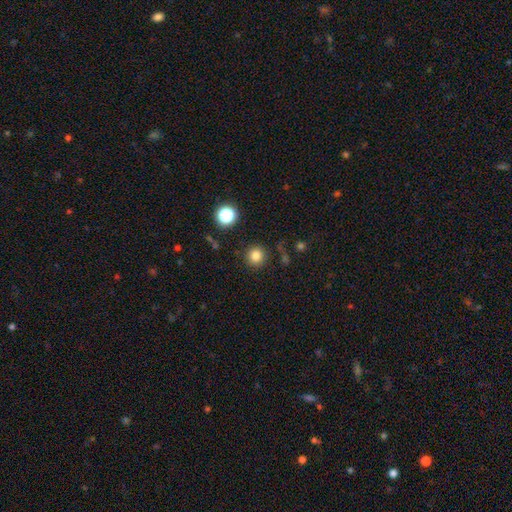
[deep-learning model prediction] This appears to be a smooth galaxy with no disk features (81%) that is round (94%). Merging: none (88%).